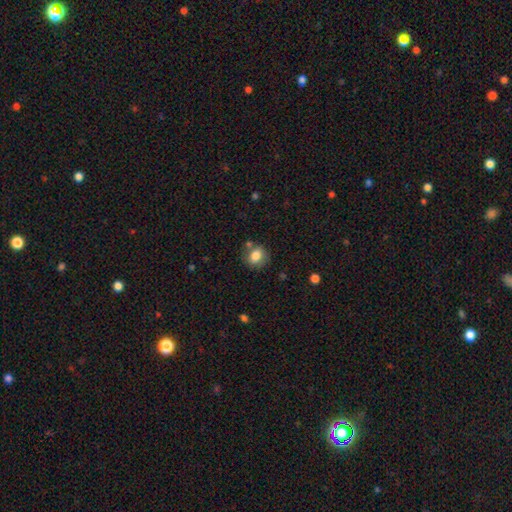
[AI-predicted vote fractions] Smooth or featured: smooth — 81% (featured or disk — 9%)
How rounded: round — 60% (in between — 39%)
Merging: none — 71% (minor disturbance — 15%)